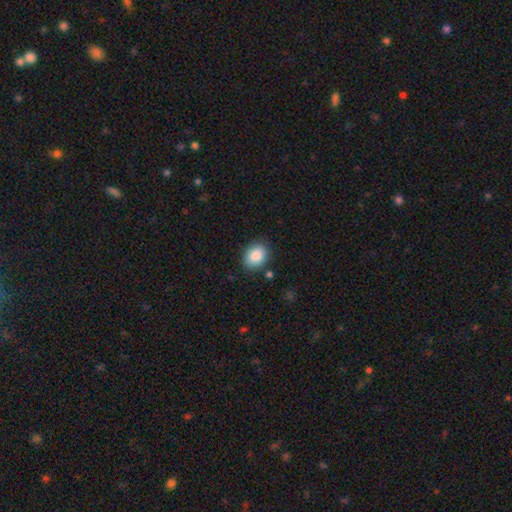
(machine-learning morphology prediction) This is clearly a smooth galaxy (87%). How rounded: likely in between (62%). Merging: clearly none (84%).